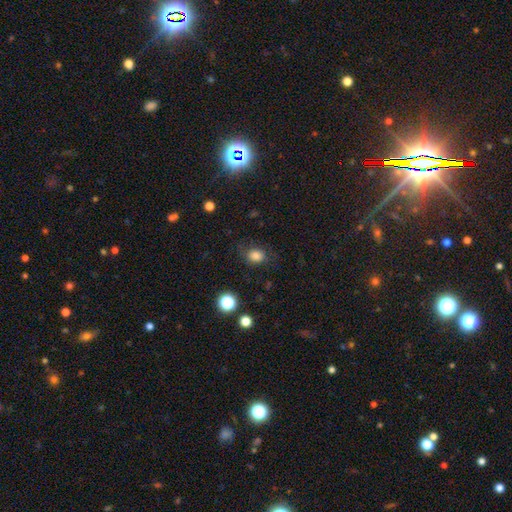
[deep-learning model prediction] A smooth galaxy with no disk features (80%) that is round (50%).

Vote fractions:
- Smooth or featured? smooth: 80% / star or artifact: 13% / featured or disk: 7%
- How rounded? round: 50% / in between: 49% / cigar-shaped: 1%
- Merging? none: 68% / minor disturbance: 20% / major disturbance: 10% / merger: 2%